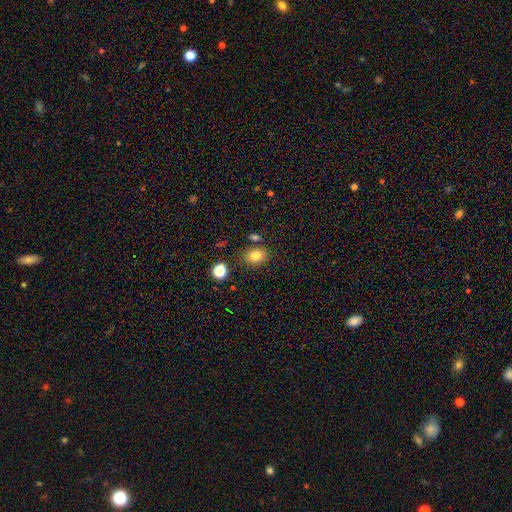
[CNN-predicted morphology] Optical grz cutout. It shows a smooth galaxy with no disk features (80%) that is in between round and cigar-shaped (66%). Merging: none (78%).